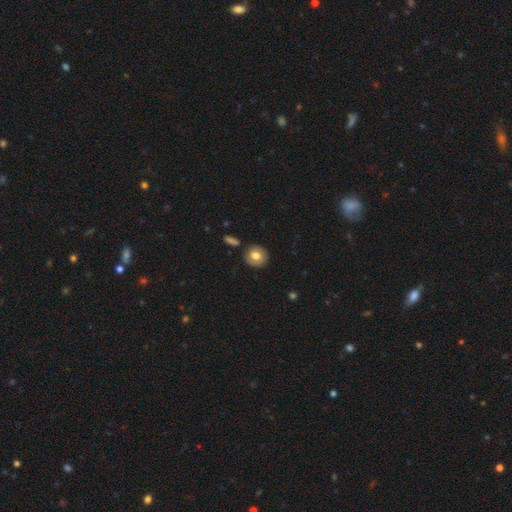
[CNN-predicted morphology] Q: Smooth or featured?
A: smooth (74%); runner-up: featured or disk (18%)
Q: How rounded?
A: round (88%); runner-up: in between (11%)
Q: Merging?
A: none (86%); runner-up: minor disturbance (9%)